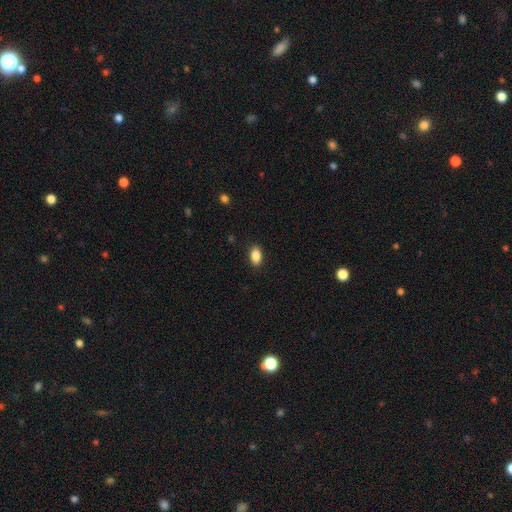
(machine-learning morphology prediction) The model was most divided on "merging": none: 88%, minor disturbance: 9%, major disturbance: 2%, merger: 1%. More confident: how rounded — in between (91%); smooth or featured — smooth (88%).